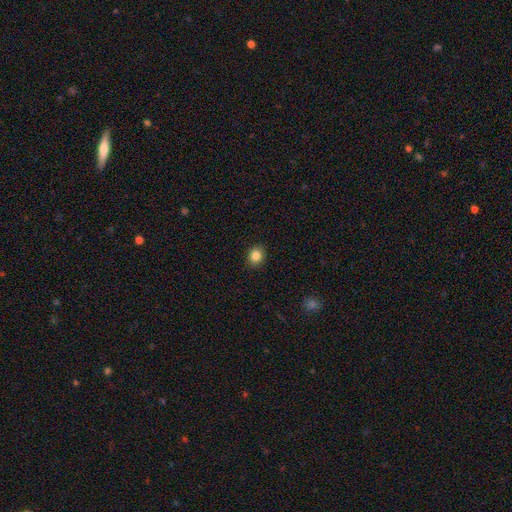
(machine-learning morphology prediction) This is clearly a smooth galaxy (85%). How rounded: likely round (65%). Merging: clearly none (90%).